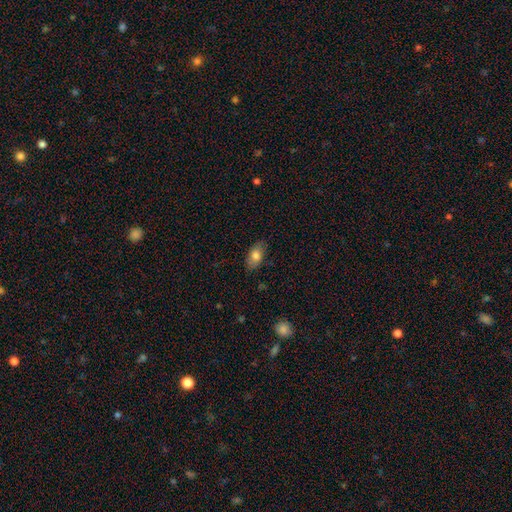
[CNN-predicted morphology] A smooth galaxy with no disk features (78%) that is in between round and cigar-shaped (89%).

Vote fractions:
- Smooth or featured? smooth: 78% / featured or disk: 14% / star or artifact: 8%
- How rounded? in between: 89% / round: 6% / cigar-shaped: 4%
- Merging? none: 82% / minor disturbance: 14% / major disturbance: 3% / merger: 1%